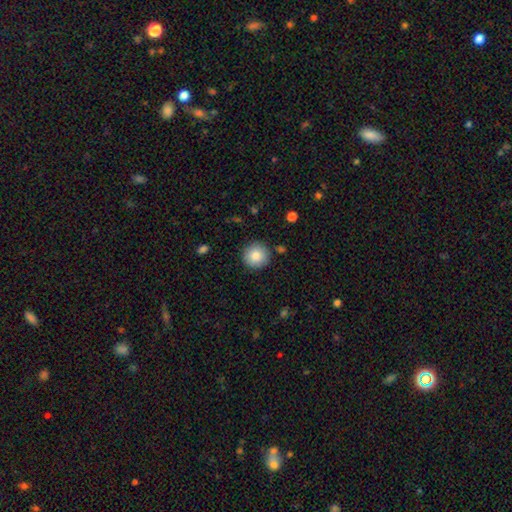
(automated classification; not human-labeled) Smooth or featured? Predicted: smooth (p=0.85). How rounded? Predicted: round (p=0.95). Merging? Predicted: none (p=0.89).